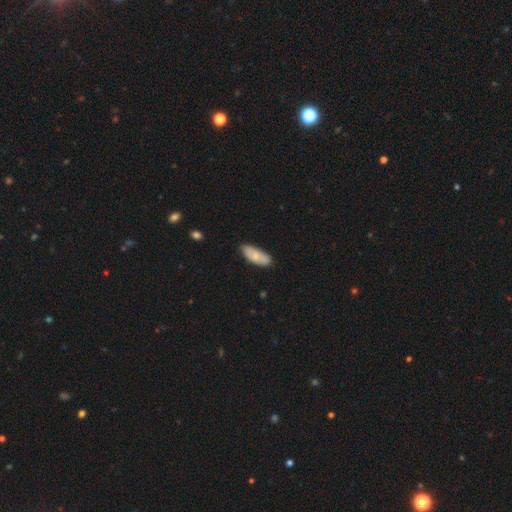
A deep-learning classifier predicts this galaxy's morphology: type=smooth (74%); roundness=in between (82%); merging=none (71%).